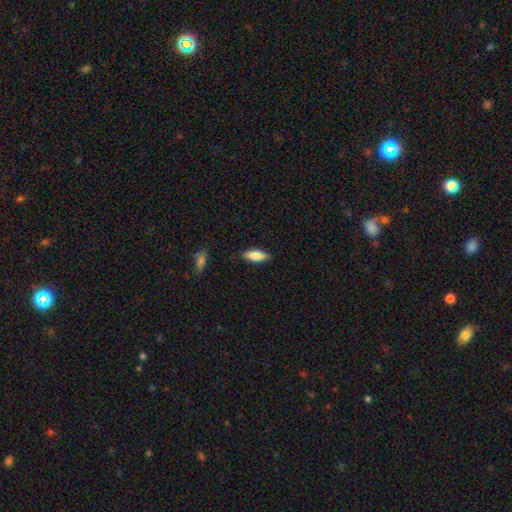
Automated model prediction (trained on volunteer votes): This appears to be a smooth galaxy with no disk features (79%) that is in between round and cigar-shaped (70%). Merging: none (84%).